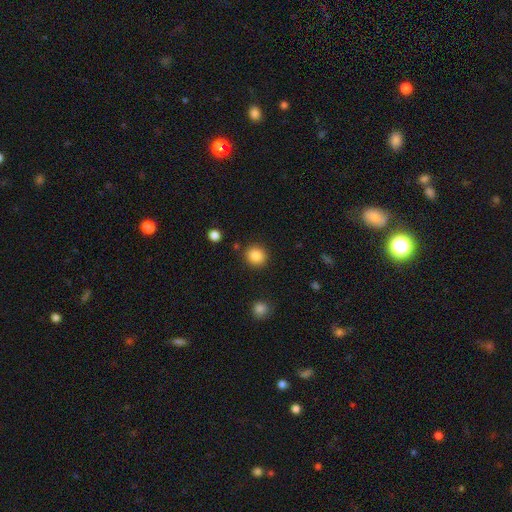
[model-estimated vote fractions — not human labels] Smooth or featured? smooth (87%)
How rounded? round (87%)
Merging? none (88%)